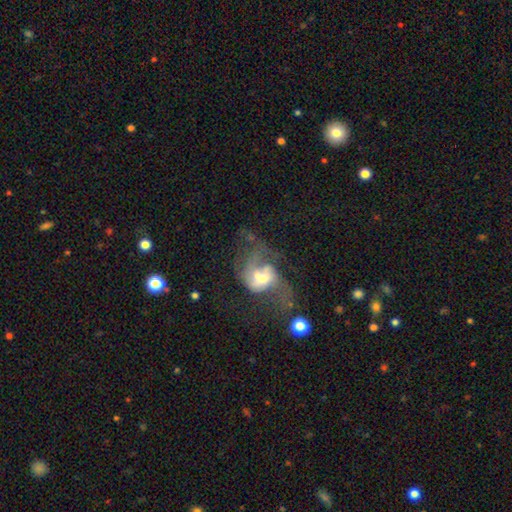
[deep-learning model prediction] Q: Smooth or featured?
A: featured or disk (71%); runner-up: smooth (17%)
Q: Edge-on disk?
A: no (97%); runner-up: yes (3%)
Q: Bar?
A: no (52%); runner-up: weak (39%)
Q: Spiral arms?
A: yes (78%); runner-up: no (22%)
Q: Spiral winding?
A: loose (51%); runner-up: medium (38%)
Q: Spiral arm count?
A: 2 (54%); runner-up: can't tell (20%)
Q: Bulge size?
A: moderate (52%); runner-up: small (24%)
Q: Merging?
A: major disturbance (42%); runner-up: none (33%)